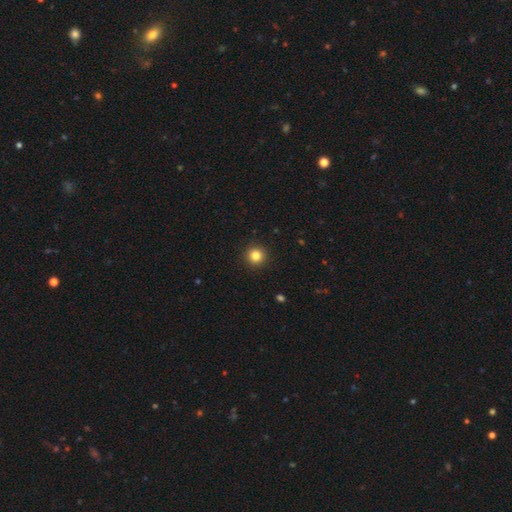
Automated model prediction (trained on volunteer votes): This appears to be a smooth galaxy with no disk features (83%) that is round (95%). Merging: none (93%).